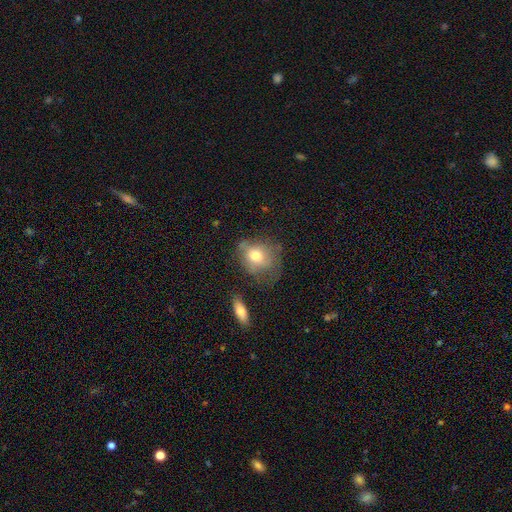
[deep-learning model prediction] Smooth or featured?
  - smooth: 68% *
  - featured or disk: 23%
  - star or artifact: 9%
How rounded?
  - round: 61% *
  - in between: 37%
  - cigar-shaped: 1%
Merging?
  - none: 41% *
  - minor disturbance: 30%
  - major disturbance: 23%
  - merger: 6%